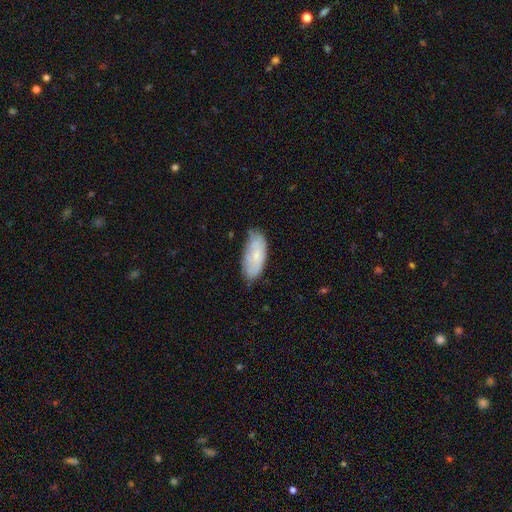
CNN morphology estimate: Overall: smooth (60%; featured or disk 33%). How rounded: in between (86%). Merging: none (67%).